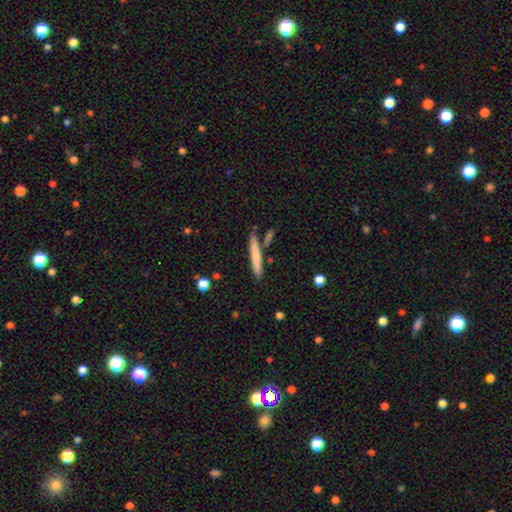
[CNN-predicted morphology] type=smooth (70%); roundness=cigar-shaped (95%); merging=none (79%).